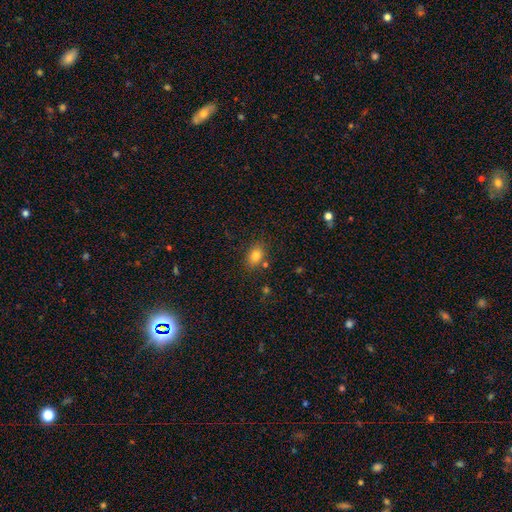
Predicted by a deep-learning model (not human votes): Smooth or featured? smooth (81%)
How rounded? in between (77%)
Merging? none (80%)